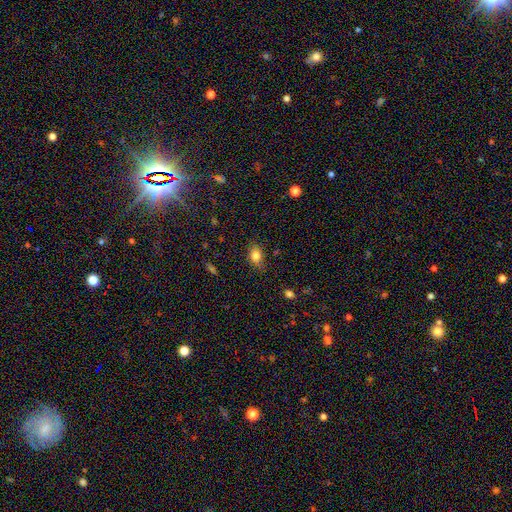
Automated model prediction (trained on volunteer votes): smooth 79%, featured or disk 11%, star or artifact 10%. Down the decision tree: how rounded — in between (76%); merging — none (78%).